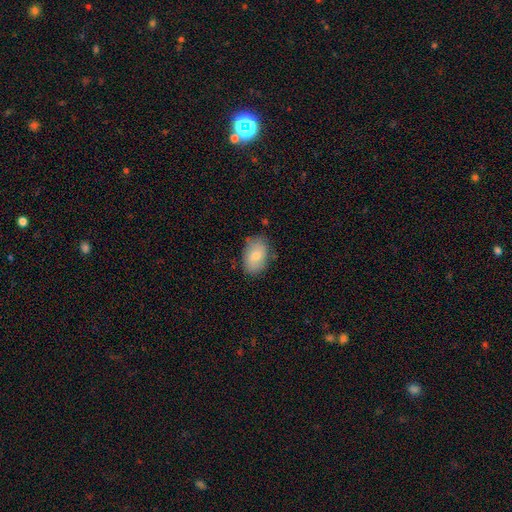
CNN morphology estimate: smooth-or-featured: smooth: 78% | featured or disk: 16% | star or artifact: 7%
  how-rounded: in between: 89% | round: 10% | cigar-shaped: 1%
  merging: none: 78% | minor disturbance: 17% | major disturbance: 3% | merger: 2%